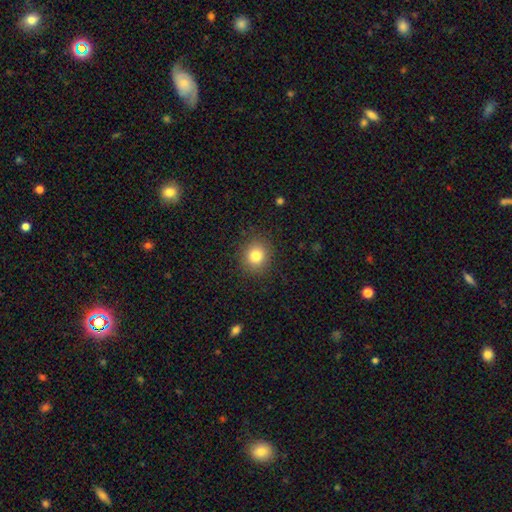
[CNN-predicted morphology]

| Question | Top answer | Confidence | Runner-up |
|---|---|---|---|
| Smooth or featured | smooth | 82% | star or artifact (12%) |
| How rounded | round | 85% | in between (14%) |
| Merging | none | 89% | minor disturbance (7%) |